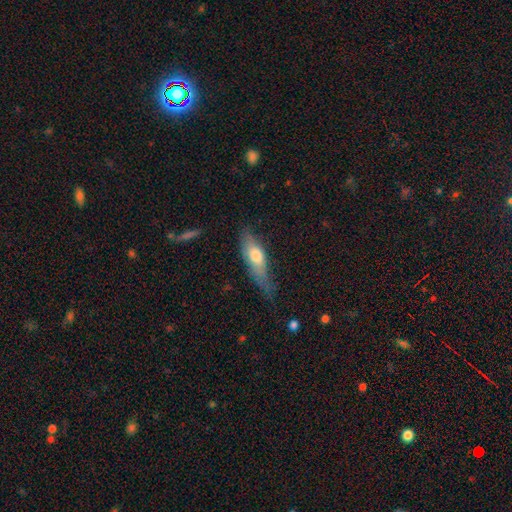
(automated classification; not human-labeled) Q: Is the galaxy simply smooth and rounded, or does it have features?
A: smooth — 66%.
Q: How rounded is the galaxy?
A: in between — 52%.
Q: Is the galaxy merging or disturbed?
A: none — 40%.